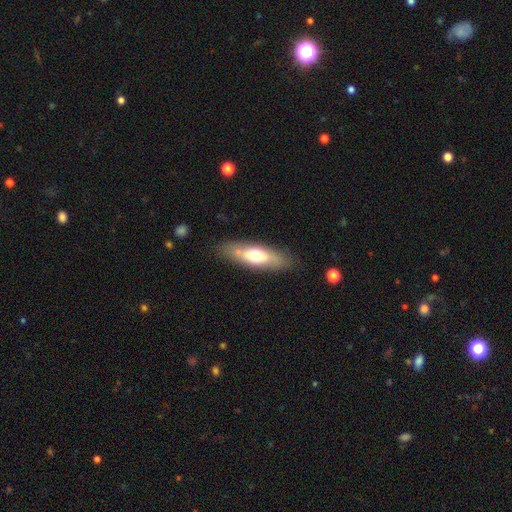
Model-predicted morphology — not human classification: Smooth or featured?
  - smooth: 57% *
  - featured or disk: 37%
  - star or artifact: 6%
How rounded?
  - in between: 53% *
  - cigar-shaped: 45%
  - round: 2%
Merging?
  - none: 80% *
  - minor disturbance: 13%
  - major disturbance: 4%
  - merger: 3%